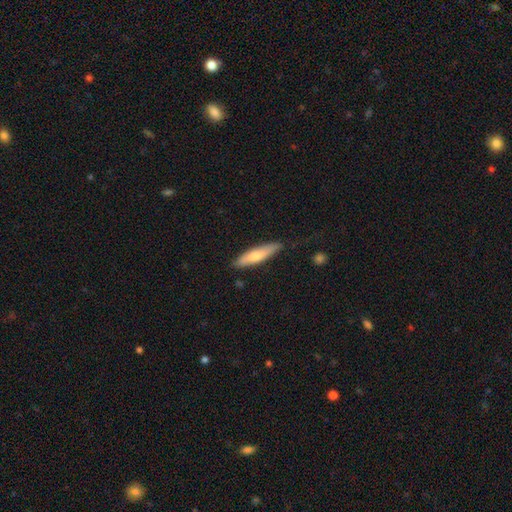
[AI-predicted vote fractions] This is likely a smooth galaxy (68%). How rounded: likely cigar-shaped (76%). Merging: clearly none (82%).